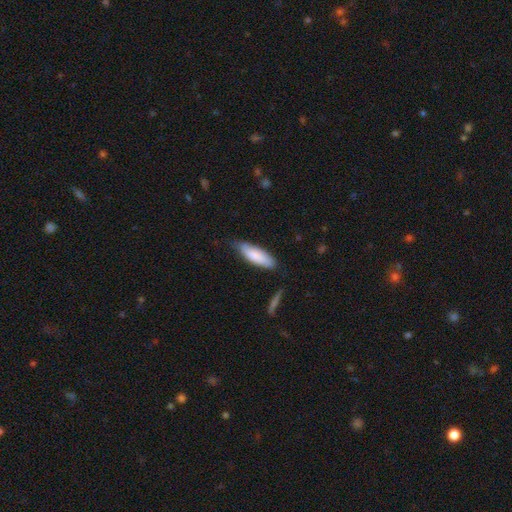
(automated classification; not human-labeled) Smooth or featured? Predicted: smooth (p=0.81). How rounded? Predicted: in between (p=0.58). Merging? Predicted: none (p=0.66).